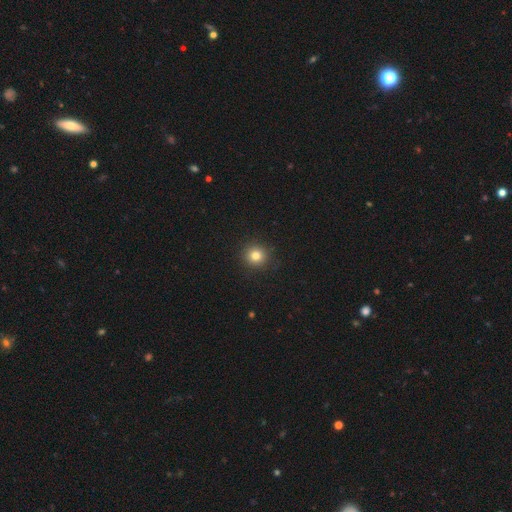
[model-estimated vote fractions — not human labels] This appears to be a smooth galaxy with no disk features (81%) that is round (92%). Merging: none (91%).